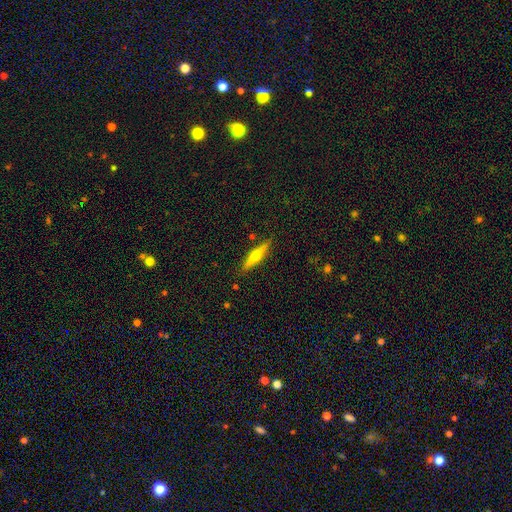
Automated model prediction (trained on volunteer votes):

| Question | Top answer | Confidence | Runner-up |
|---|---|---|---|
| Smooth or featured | featured or disk | 62% | smooth (31%) |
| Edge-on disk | yes | 96% | no (4%) |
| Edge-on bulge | rounded | 92% | none (5%) |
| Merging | none | 88% | minor disturbance (9%) |